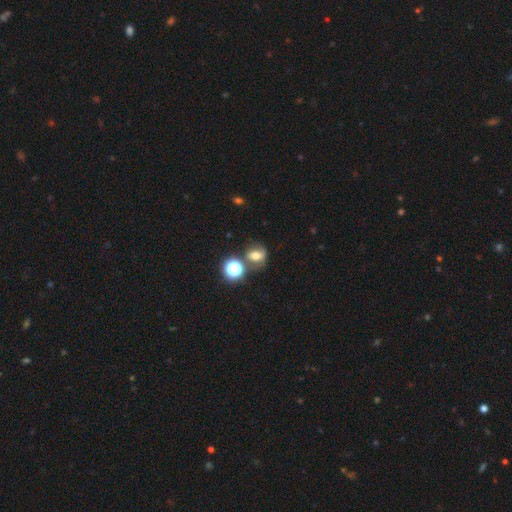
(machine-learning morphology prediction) This is possibly a smooth galaxy (48%). Merging: possibly none (59%).